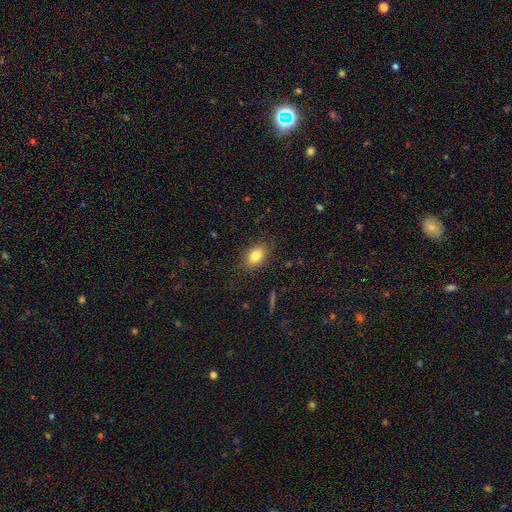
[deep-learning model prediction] Smooth or featured: smooth — 81% (star or artifact — 10%)
How rounded: in between — 82% (round — 16%)
Merging: none — 85% (minor disturbance — 10%)